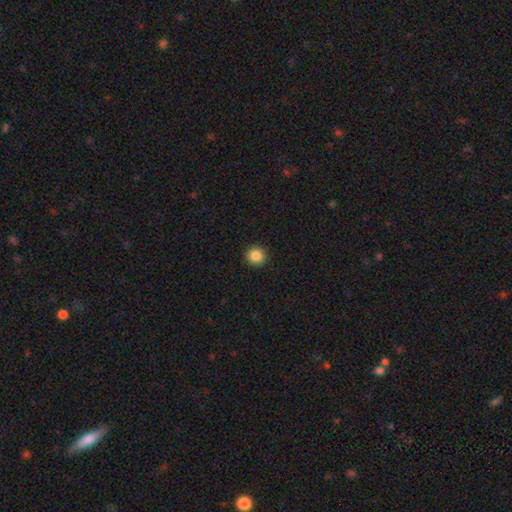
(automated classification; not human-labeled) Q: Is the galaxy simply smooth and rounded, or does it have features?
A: smooth — 87%.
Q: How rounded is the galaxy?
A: round — 94%.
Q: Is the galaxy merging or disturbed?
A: none — 92%.